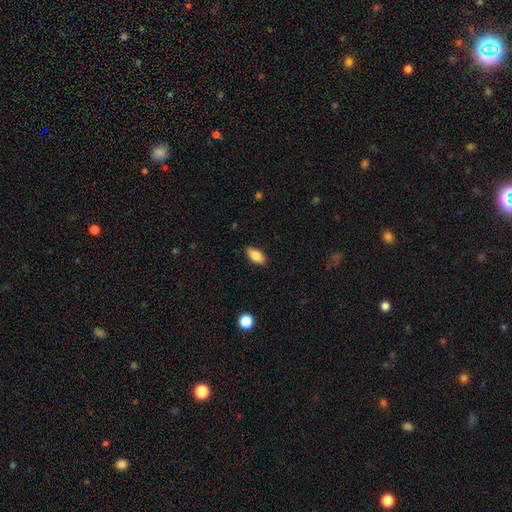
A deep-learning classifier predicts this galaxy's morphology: Smooth or featured?
  - smooth: 84% *
  - featured or disk: 9%
  - star or artifact: 7%
How rounded?
  - in between: 90% *
  - cigar-shaped: 6%
  - round: 3%
Merging?
  - none: 86% *
  - minor disturbance: 11%
  - major disturbance: 2%
  - merger: 1%